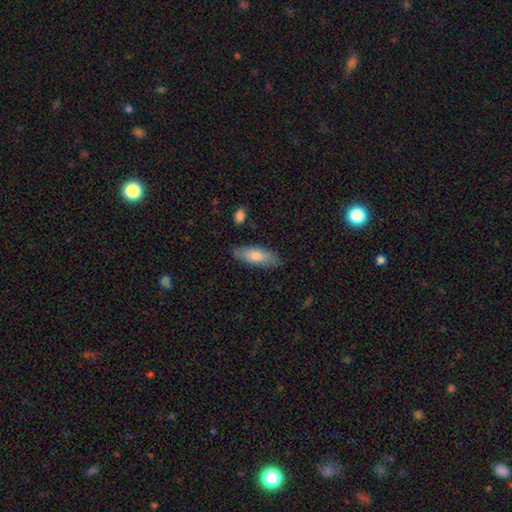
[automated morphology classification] Smooth or featured?
  - smooth: 75% *
  - featured or disk: 19%
  - star or artifact: 6%
How rounded?
  - in between: 63% *
  - cigar-shaped: 35%
  - round: 2%
Merging?
  - none: 84% *
  - minor disturbance: 12%
  - major disturbance: 2%
  - merger: 2%